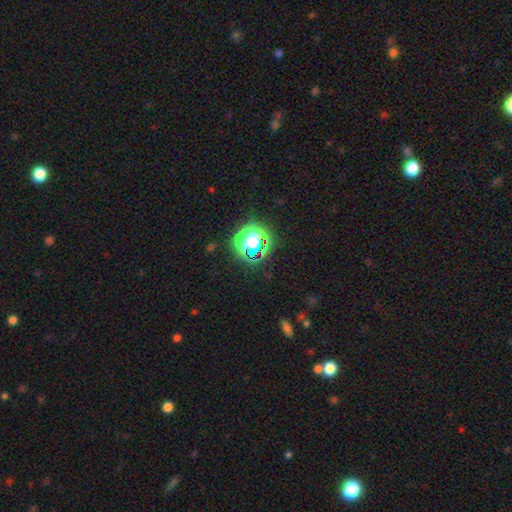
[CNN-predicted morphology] smooth-or-featured: star or artifact: 69% | smooth: 23% | featured or disk: 9%